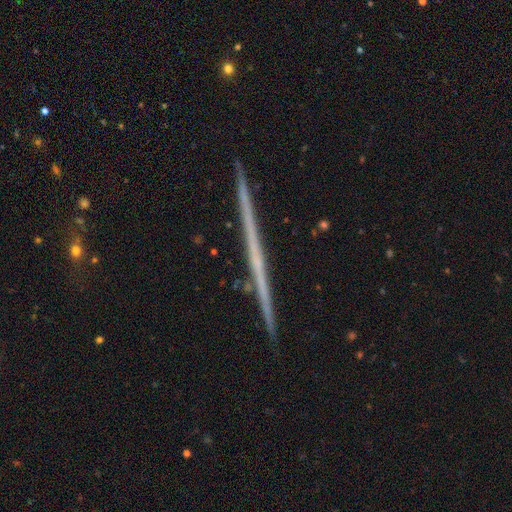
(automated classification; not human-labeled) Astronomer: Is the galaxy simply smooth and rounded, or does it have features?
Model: featured or disk — 69%.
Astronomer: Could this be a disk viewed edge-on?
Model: yes — 98%.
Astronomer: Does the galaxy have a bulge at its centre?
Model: none — 88%.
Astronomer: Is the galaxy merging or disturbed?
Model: none — 92%.